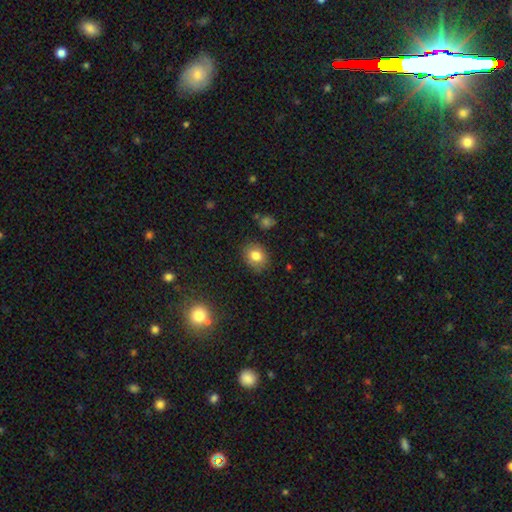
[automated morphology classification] This is clearly a smooth galaxy (81%). How rounded: possibly round (51%). Merging: clearly none (83%).